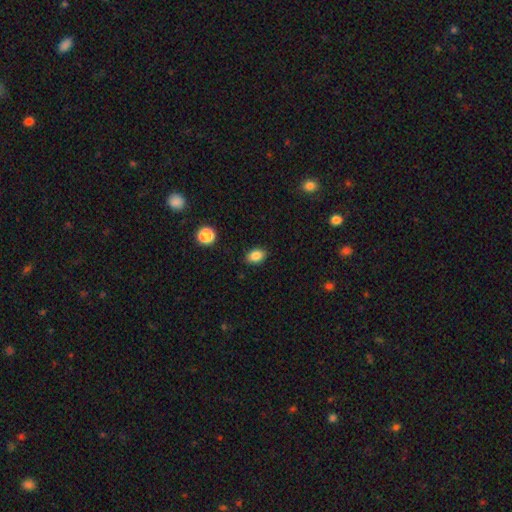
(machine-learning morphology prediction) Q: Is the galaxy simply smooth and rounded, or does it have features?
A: smooth — 86%.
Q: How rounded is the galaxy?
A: in between — 79%.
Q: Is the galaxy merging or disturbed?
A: none — 87%.